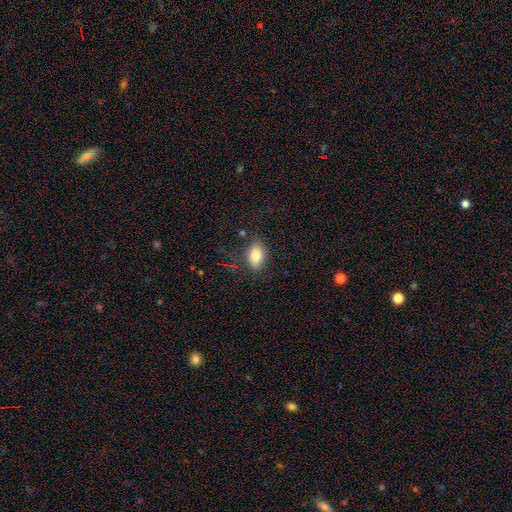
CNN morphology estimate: Q: Smooth or featured?
A: smooth (82%); runner-up: featured or disk (10%)
Q: How rounded?
A: in between (87%); runner-up: round (9%)
Q: Merging?
A: none (79%); runner-up: minor disturbance (14%)